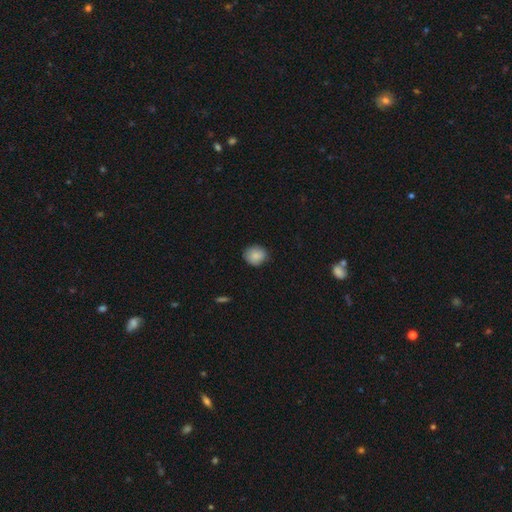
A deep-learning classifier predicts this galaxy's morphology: The model was most divided on "how rounded": round: 78%, in between: 21%, cigar-shaped: 1%. More confident: smooth or featured — smooth (86%); merging — none (82%).